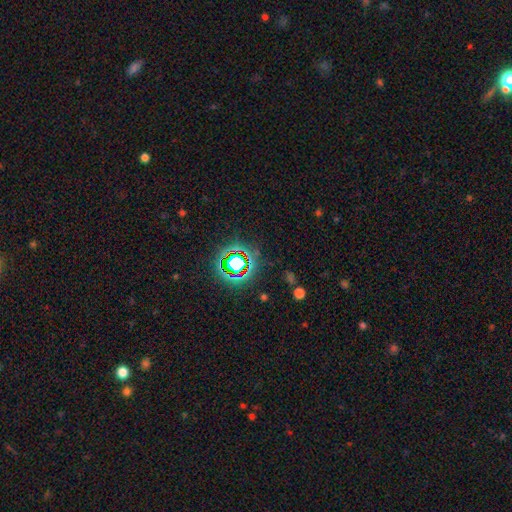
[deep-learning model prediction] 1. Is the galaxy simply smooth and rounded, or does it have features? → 73% star or artifact, 18% smooth, 10% featured or disk.